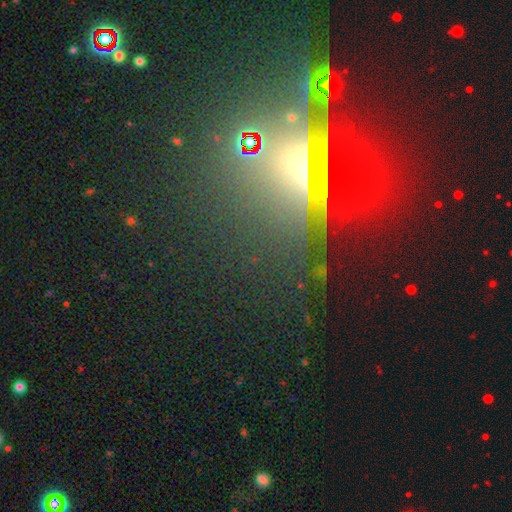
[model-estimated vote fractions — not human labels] Smooth or featured: star or artifact — 73% (featured or disk — 14%)